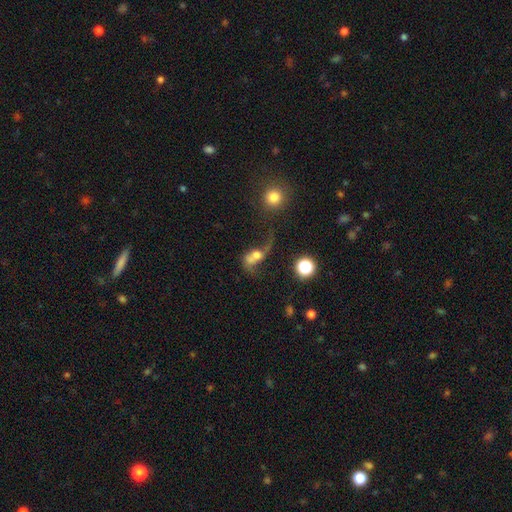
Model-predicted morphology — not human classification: type=smooth (44%); merging=merger (45%).